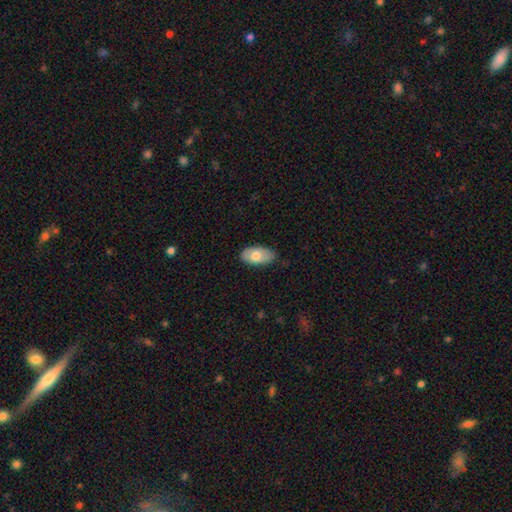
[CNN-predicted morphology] smooth-or-featured: smooth: 70% | featured or disk: 24% | star or artifact: 6%
  how-rounded: in between: 94% | round: 3% | cigar-shaped: 2%
  merging: none: 79% | minor disturbance: 18% | major disturbance: 3% | merger: 1%